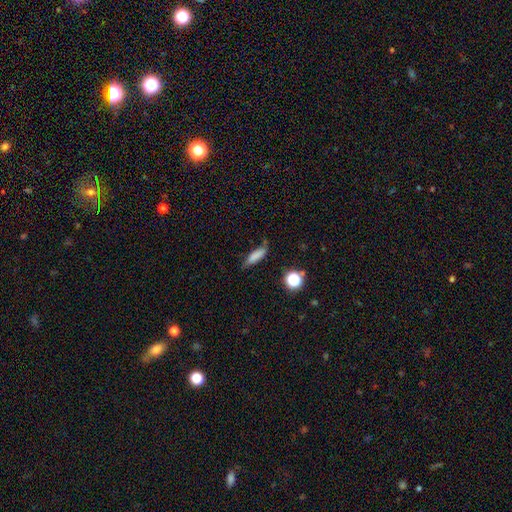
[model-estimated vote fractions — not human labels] This is likely a smooth galaxy (77%). How rounded: possibly cigar-shaped (53%). Merging: likely none (61%).